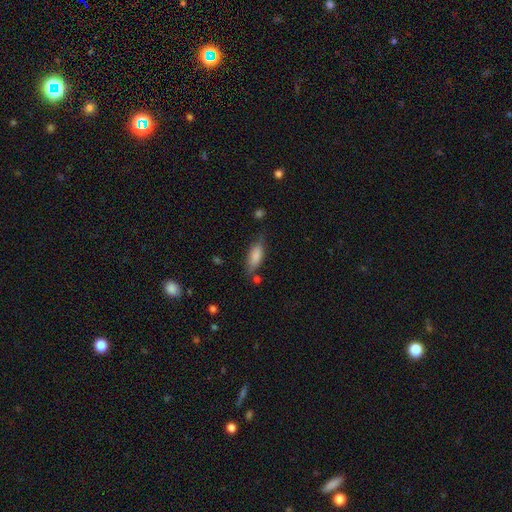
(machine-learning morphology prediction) Smooth or featured?
  - smooth: 79% *
  - featured or disk: 14%
  - star or artifact: 7%
How rounded?
  - in between: 72% *
  - cigar-shaped: 26%
  - round: 2%
Merging?
  - none: 64% *
  - minor disturbance: 23%
  - major disturbance: 6%
  - merger: 6%